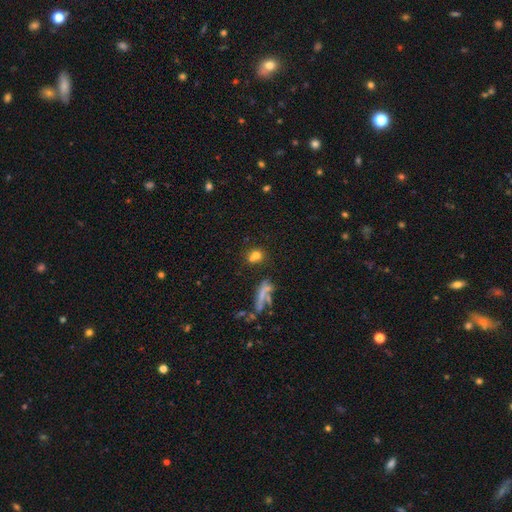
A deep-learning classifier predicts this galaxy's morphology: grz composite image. It shows a smooth galaxy with no disk features (69%) that is round (72%). Merging: none (52%).